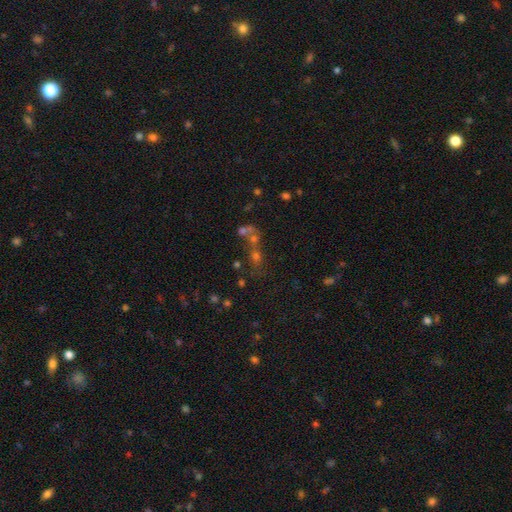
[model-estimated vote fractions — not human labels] smooth_or_featured: smooth (p=0.40) [alt: star or artifact p=0.38]
merging: merger (p=0.47) [alt: none p=0.36]